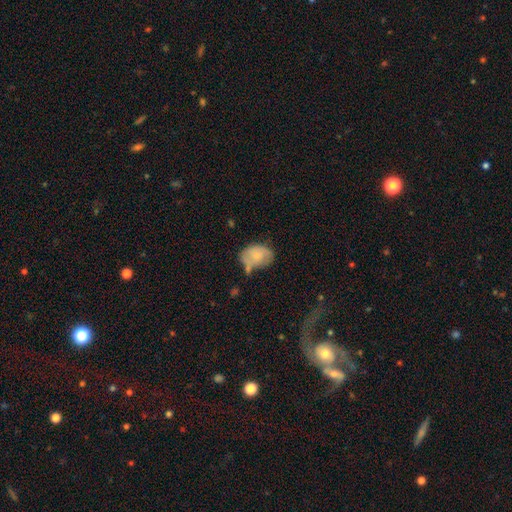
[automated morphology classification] A smooth galaxy with no disk features (70%) that is in between round and cigar-shaped (76%).

Vote fractions:
- Smooth or featured? smooth: 70% / featured or disk: 22% / star or artifact: 8%
- How rounded? in between: 76% / round: 23% / cigar-shaped: 1%
- Merging? none: 41% / minor disturbance: 32% / merger: 15% / major disturbance: 12%